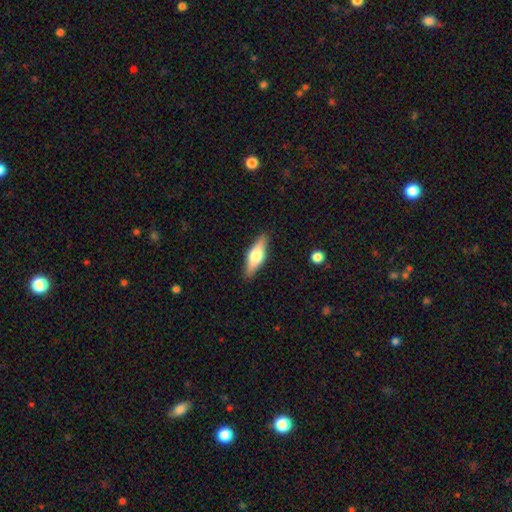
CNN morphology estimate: Smooth or featured? smooth (50%)
Merging? none (87%)